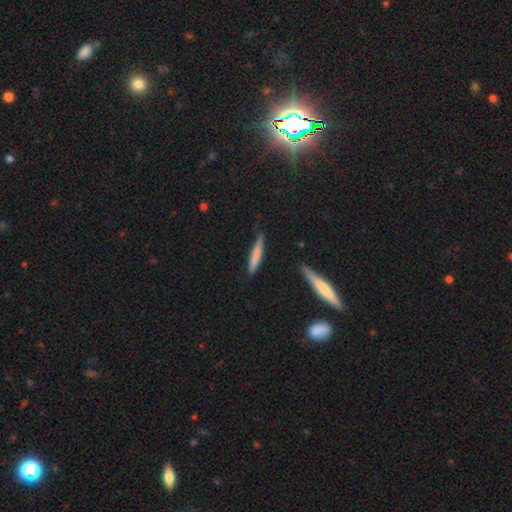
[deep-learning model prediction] Smooth or featured? Predicted: smooth (p=0.72). How rounded? Predicted: cigar-shaped (p=0.92). Merging? Predicted: none (p=0.79).